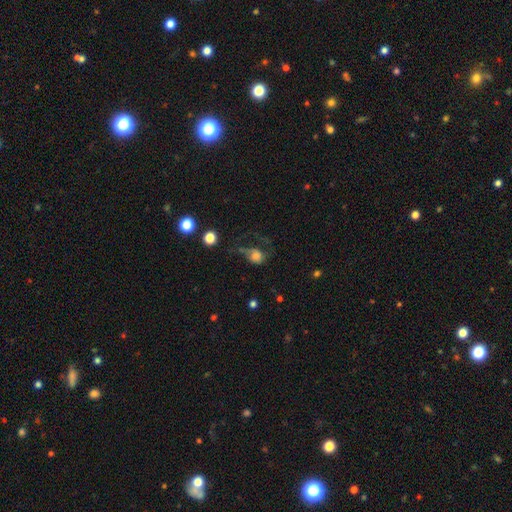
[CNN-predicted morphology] Overall: smooth (54%; featured or disk 34%). How rounded: round (60%; in between 39%). Merging: major disturbance (51%; none 27%).